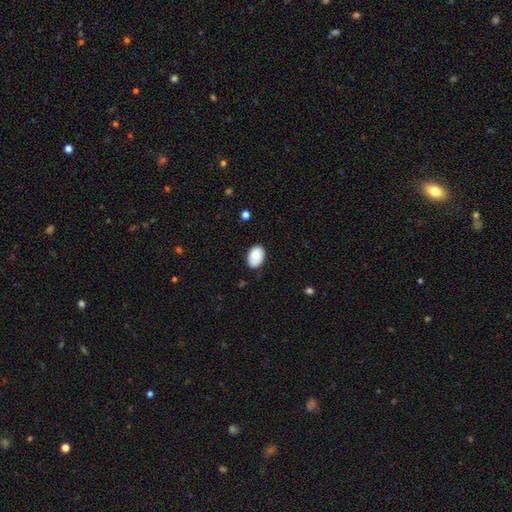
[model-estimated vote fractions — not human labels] The model was most divided on "merging": none: 78%, minor disturbance: 18%, major disturbance: 3%, merger: 2%. More confident: how rounded — in between (86%); smooth or featured — smooth (82%).